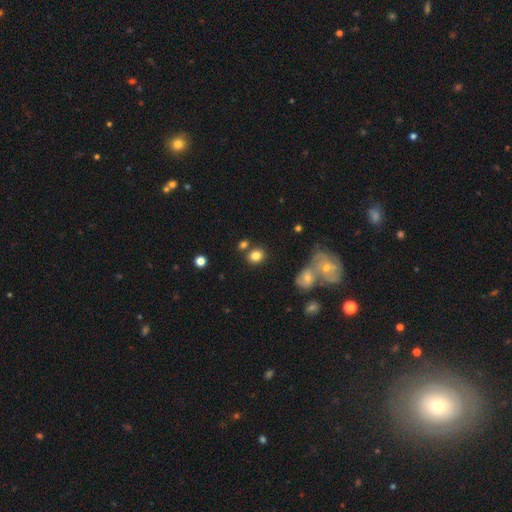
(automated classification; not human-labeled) smooth_or_featured: smooth (p=0.82) [alt: star or artifact p=0.10]
how_rounded: round (p=0.62) [alt: in between p=0.36]
merging: none (p=0.71) [alt: merger p=0.15]